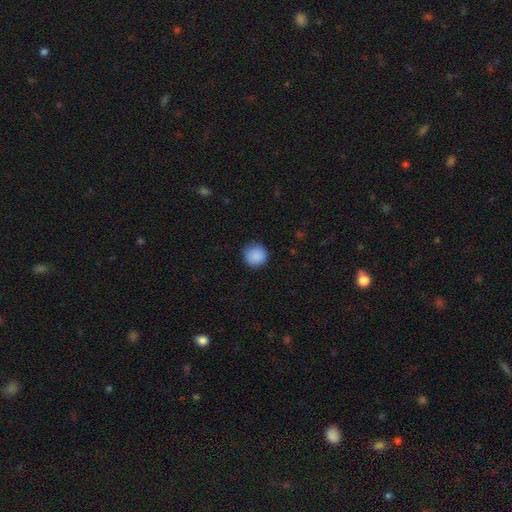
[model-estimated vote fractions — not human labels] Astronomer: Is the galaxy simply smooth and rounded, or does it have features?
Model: smooth — 89%.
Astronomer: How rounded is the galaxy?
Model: round — 93%.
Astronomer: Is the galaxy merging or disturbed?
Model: none — 86%.